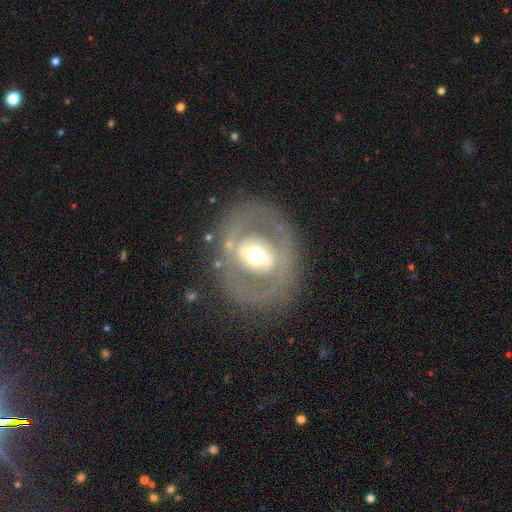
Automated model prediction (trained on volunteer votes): This is likely a featured or disk galaxy (65%). It is clearly not viewed edge-on (93%). Bar: possibly no (50%). Spiral arm pattern: likely no (80%). Central bulge: likely moderate (62%). Merging: likely none (77%).